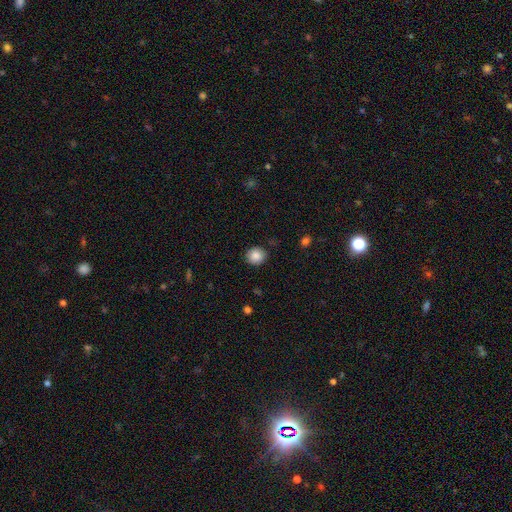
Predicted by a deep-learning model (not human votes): Smooth or featured? Predicted: smooth (p=0.86). How rounded? Predicted: round (p=0.88). Merging? Predicted: none (p=0.88).